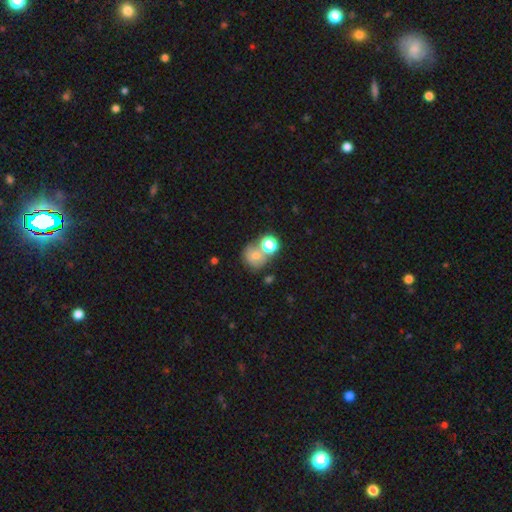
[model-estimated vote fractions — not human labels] This is likely a smooth galaxy (64%). How rounded: likely round (78%). Merging: marginally none (43%).